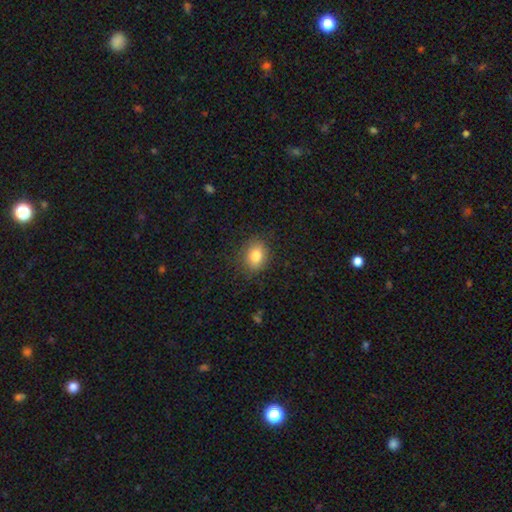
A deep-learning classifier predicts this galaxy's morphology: A smooth galaxy with no disk features (82%) that is in between round and cigar-shaped (53%). Merging: none (85%).